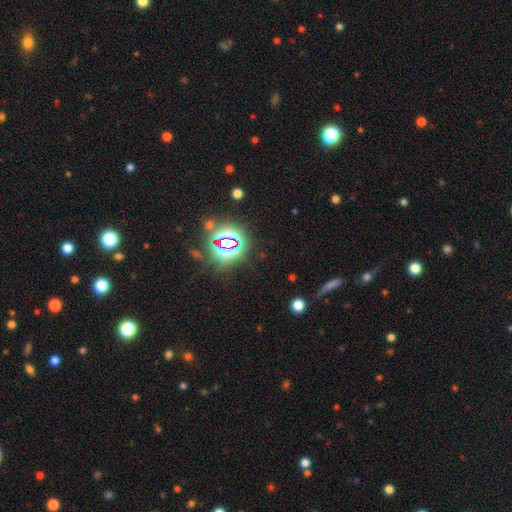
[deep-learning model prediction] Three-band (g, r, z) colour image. It shows a star or artifact, not a galaxy (70%).